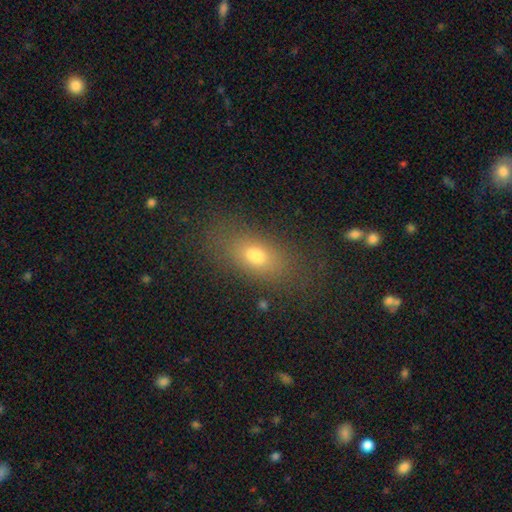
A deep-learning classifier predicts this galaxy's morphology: A smooth galaxy with no disk features (72%) that is in between round and cigar-shaped (80%).

Vote fractions:
- Smooth or featured? smooth: 72% / featured or disk: 15% / star or artifact: 12%
- How rounded? in between: 80% / cigar-shaped: 11% / round: 9%
- Merging? none: 73% / minor disturbance: 15% / major disturbance: 8% / merger: 4%